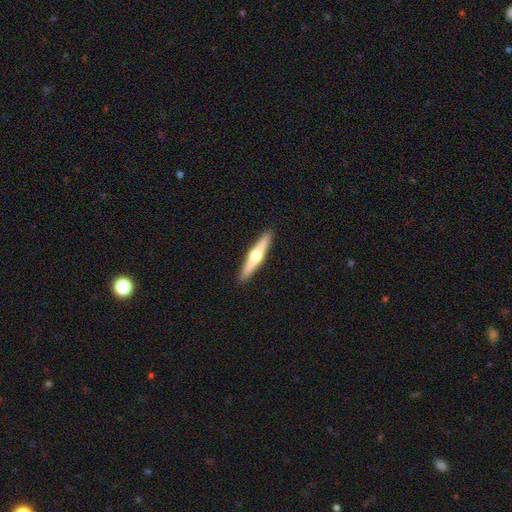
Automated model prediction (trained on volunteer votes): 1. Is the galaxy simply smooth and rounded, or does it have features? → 59% featured or disk, 36% smooth, 5% star or artifact.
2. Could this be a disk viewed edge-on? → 97% yes, 3% no.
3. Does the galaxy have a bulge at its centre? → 92% rounded, 4% none, 4% boxy.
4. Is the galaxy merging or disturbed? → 92% none, 6% minor disturbance, 1% major disturbance, 1% merger.